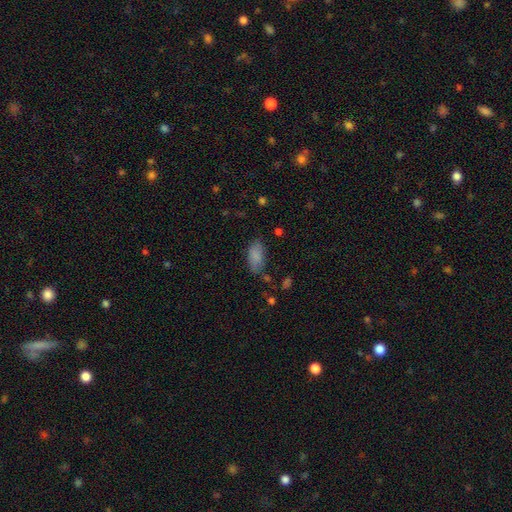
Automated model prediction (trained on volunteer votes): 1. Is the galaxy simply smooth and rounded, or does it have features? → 85% smooth, 8% star or artifact, 8% featured or disk.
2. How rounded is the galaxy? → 91% in between, 6% cigar-shaped, 3% round.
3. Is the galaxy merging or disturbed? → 72% none, 20% minor disturbance, 5% major disturbance, 3% merger.